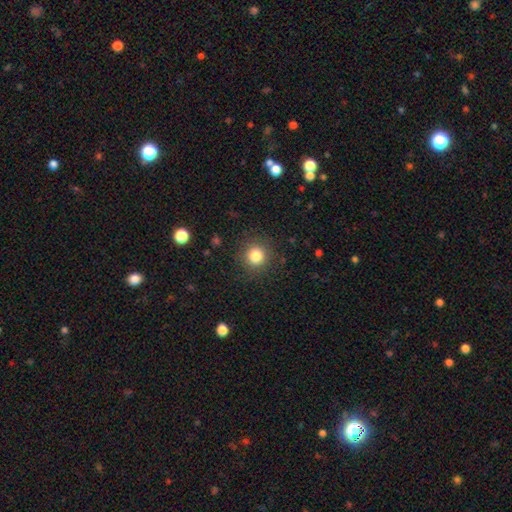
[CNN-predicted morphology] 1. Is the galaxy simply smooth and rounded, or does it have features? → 83% smooth, 12% star or artifact, 6% featured or disk.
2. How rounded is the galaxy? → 93% round, 6% in between, 1% cigar-shaped.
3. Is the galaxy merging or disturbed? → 88% none, 7% minor disturbance, 3% major disturbance, 1% merger.